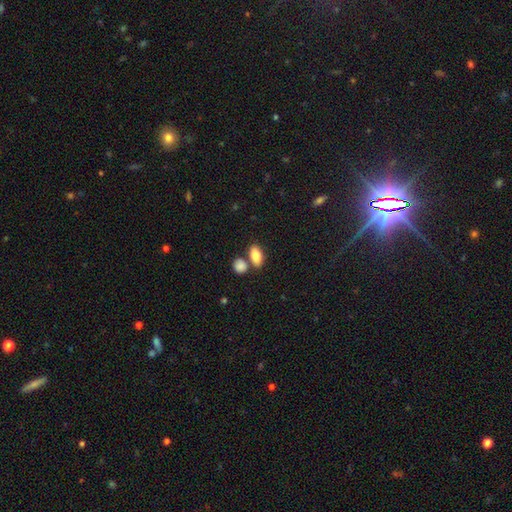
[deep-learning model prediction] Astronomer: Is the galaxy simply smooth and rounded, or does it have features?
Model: smooth — 85%.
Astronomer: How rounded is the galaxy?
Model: in between — 89%.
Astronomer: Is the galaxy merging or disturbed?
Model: none — 63%.